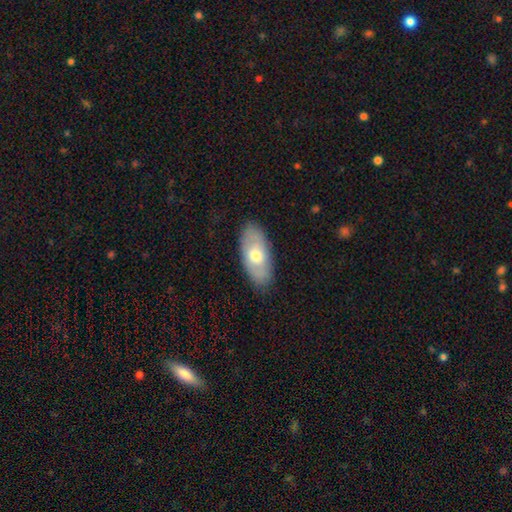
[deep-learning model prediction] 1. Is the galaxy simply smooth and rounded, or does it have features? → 59% smooth, 35% featured or disk, 6% star or artifact.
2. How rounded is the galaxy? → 90% in between, 6% cigar-shaped, 4% round.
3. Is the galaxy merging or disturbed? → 83% none, 13% minor disturbance, 3% major disturbance, 1% merger.